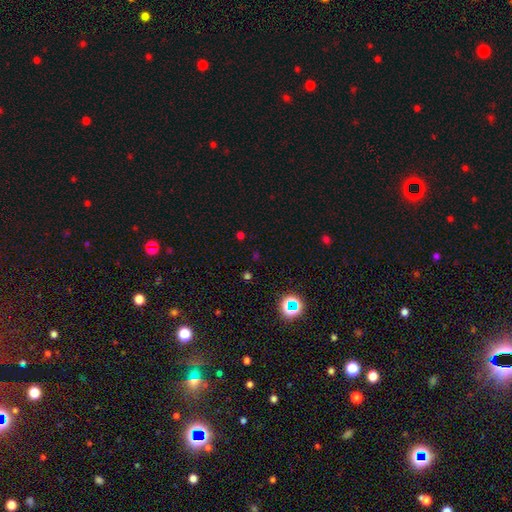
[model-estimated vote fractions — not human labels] This is likely a star or artifact rather than a galaxy (62%).